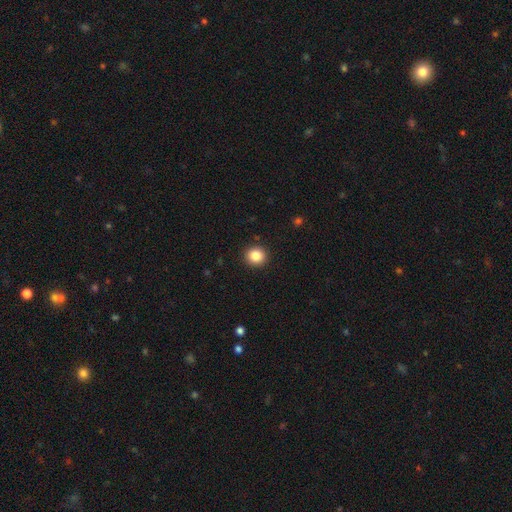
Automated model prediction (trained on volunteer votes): smooth 85%, star or artifact 10%, featured or disk 4%. Down the decision tree: how rounded — round (91%); merging — none (92%).